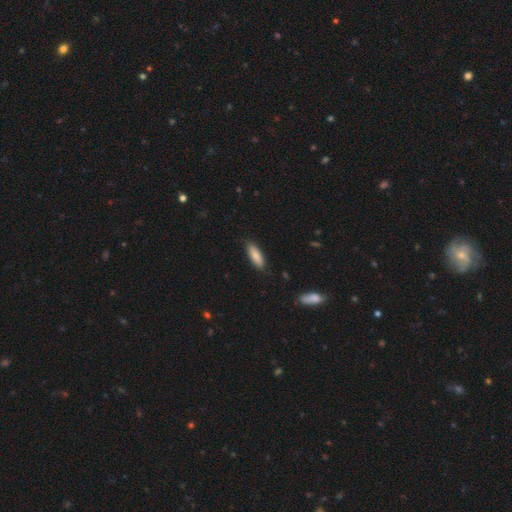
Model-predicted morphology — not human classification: smooth_or_featured: smooth (p=0.85) [alt: featured or disk p=0.09]
how_rounded: in between (p=0.64) [alt: cigar-shaped p=0.34]
merging: none (p=0.84) [alt: minor disturbance p=0.13]